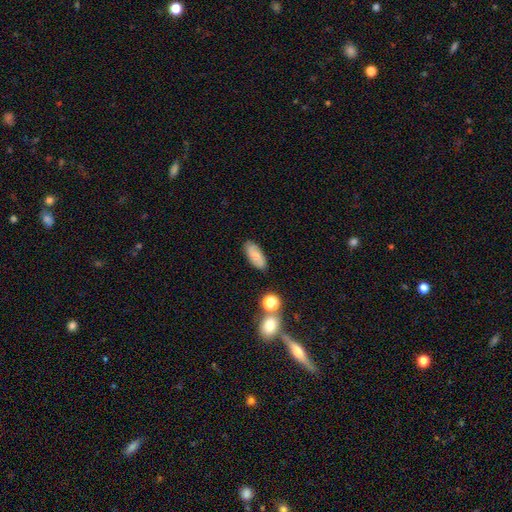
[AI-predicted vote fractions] smooth-or-featured: smooth: 73% | featured or disk: 19% | star or artifact: 8%
  how-rounded: in between: 84% | cigar-shaped: 13% | round: 3%
  merging: none: 82% | minor disturbance: 12% | merger: 3% | major disturbance: 3%